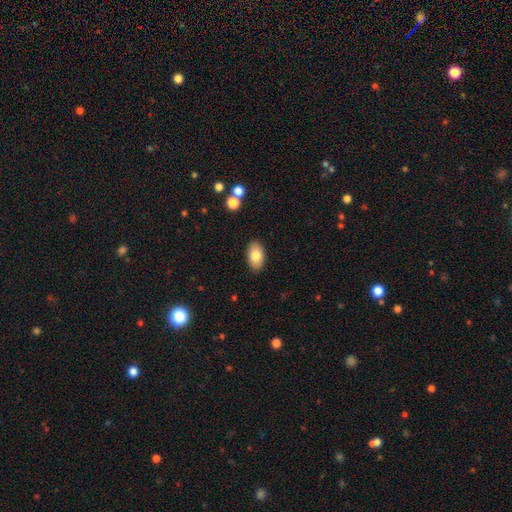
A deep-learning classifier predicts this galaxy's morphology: A smooth galaxy with no disk features (81%) that is in between round and cigar-shaped (93%).

Vote fractions:
- Smooth or featured? smooth: 81% / featured or disk: 12% / star or artifact: 7%
- How rounded? in between: 93% / round: 6% / cigar-shaped: 1%
- Merging? none: 88% / minor disturbance: 8% / major disturbance: 2% / merger: 1%